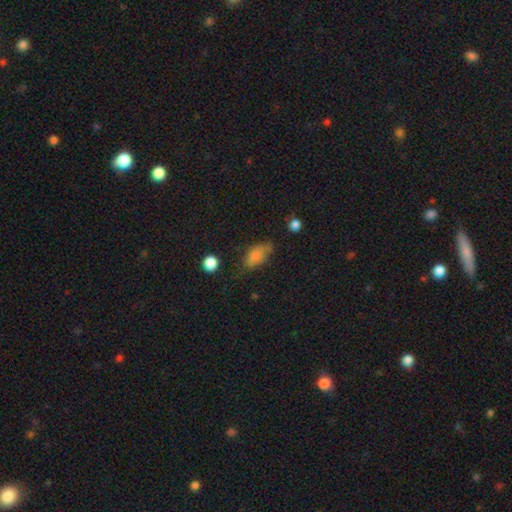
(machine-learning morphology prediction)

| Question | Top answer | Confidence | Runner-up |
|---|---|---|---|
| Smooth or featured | smooth | 79% | star or artifact (11%) |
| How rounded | in between | 87% | cigar-shaped (8%) |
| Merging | none | 48% | minor disturbance (34%) |